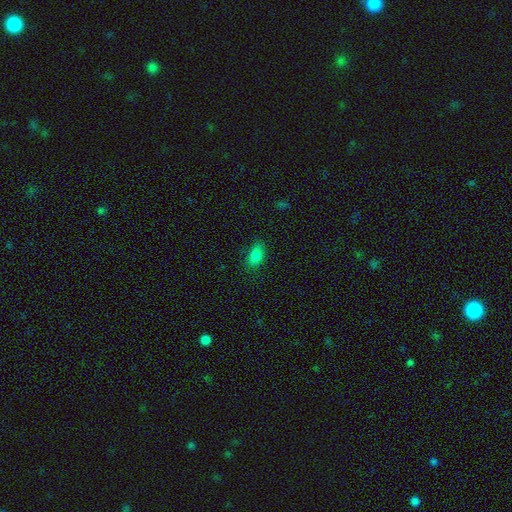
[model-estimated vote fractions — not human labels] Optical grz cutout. It shows a smooth galaxy with no disk features (84%) that is in between round and cigar-shaped (90%). Merging: none (76%).